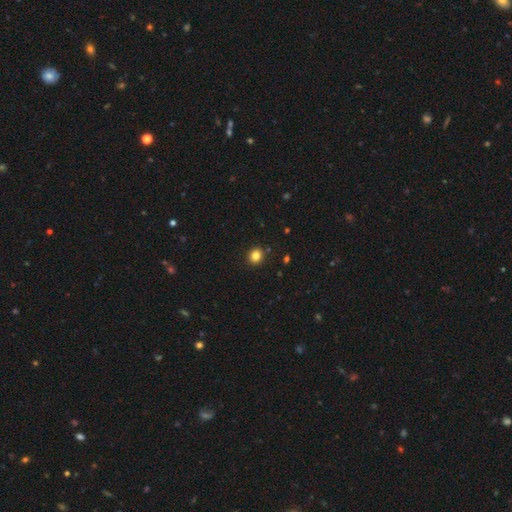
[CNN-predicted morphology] This appears to be a smooth galaxy with no disk features (84%) that is round (77%). Merging: none (91%).